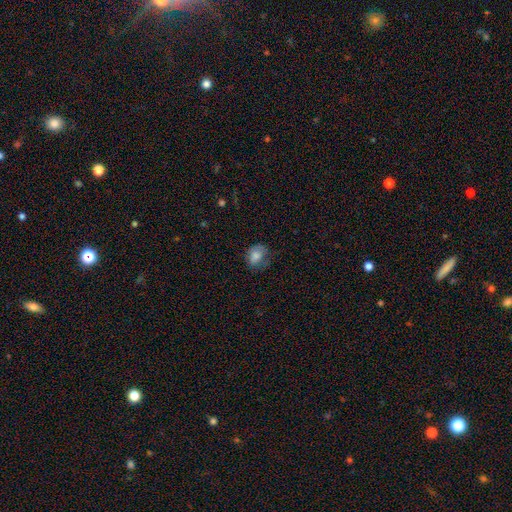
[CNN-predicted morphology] Overall: smooth (75%). How rounded: in between (58%; round 41%). Merging: none (60%; minor disturbance 26%).